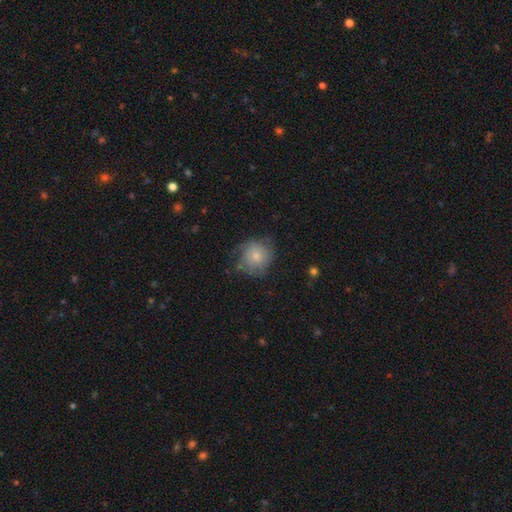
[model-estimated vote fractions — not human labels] The model was most divided on "merging": none: 54%, minor disturbance: 30%, major disturbance: 15%, merger: 2%. More confident: how rounded — round (84%); smooth or featured — smooth (64%).